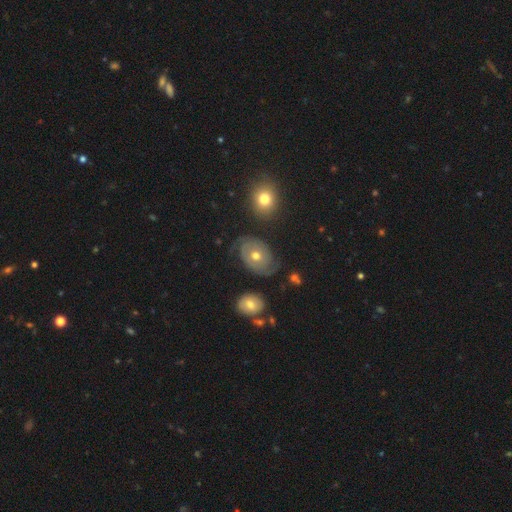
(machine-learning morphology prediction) smooth-or-featured: featured or disk: 71% | smooth: 21% | star or artifact: 8%
  disk-edge-on: no: 96% | yes: 4%
    bar: no: 84% | weak: 13% | strong: 3%
    has-spiral-arms: yes: 82% | no: 18%
      spiral-winding: tight: 59% | medium: 28% | loose: 13%
      spiral-arm-count: 2: 68% | can't tell: 17% | 1: 7% | 3: 4% | 4: 2% | more than 4: 2%
    bulge-size: moderate: 72% | small: 22% | large: 4% | dominant: 1% | none: 1%
  merging: none: 68% | minor disturbance: 18% | major disturbance: 10% | merger: 3%